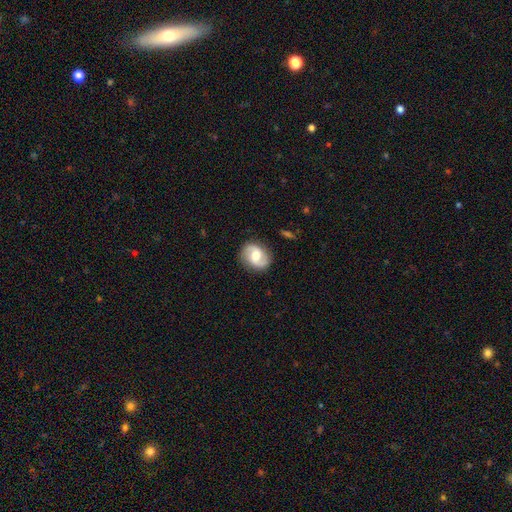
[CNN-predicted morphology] Smooth or featured? featured or disk (66%)
Edge-on disk? no (97%)
Bar? weak (44%)
Spiral arms? yes (89%)
Spiral winding? medium (43%)
Spiral arm count? 2 (90%)
Bulge size? moderate (66%)
Merging? none (85%)